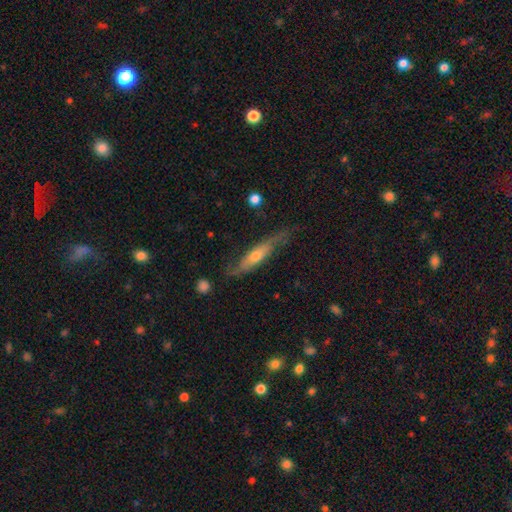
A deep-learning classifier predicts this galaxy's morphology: Smooth or featured? featured or disk (58%)
Edge-on disk? yes (60%)
Merging? none (56%)